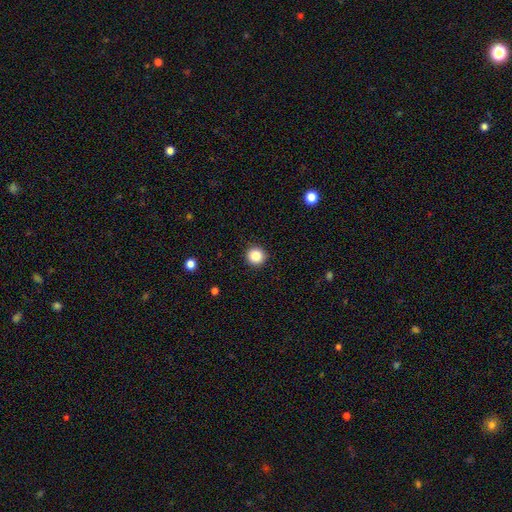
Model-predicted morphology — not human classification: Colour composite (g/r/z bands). It shows a smooth galaxy with no disk features (86%) that is round (94%). Merging: none (92%).